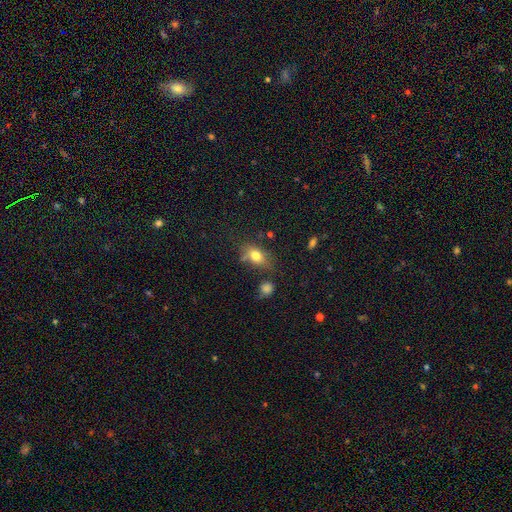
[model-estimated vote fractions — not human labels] Morphology: type=smooth (76%); roundness=in between (78%); merging=none (63%).